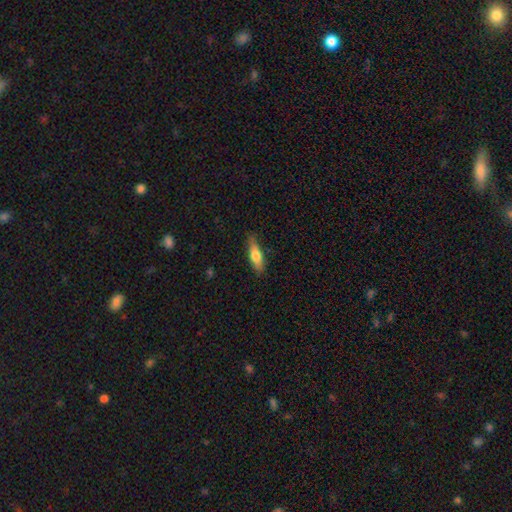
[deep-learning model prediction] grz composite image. It shows a smooth galaxy with no disk features (67%) that is cigar-shaped (53%). Merging: none (80%).